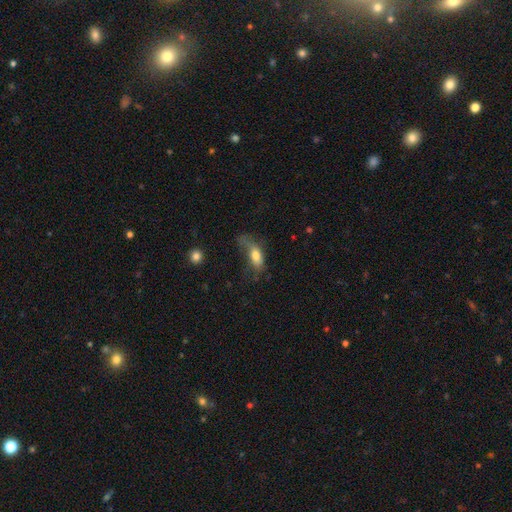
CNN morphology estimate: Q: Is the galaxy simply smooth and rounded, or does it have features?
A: smooth — 70%.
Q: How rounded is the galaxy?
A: in between — 80%.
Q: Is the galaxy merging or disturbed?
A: major disturbance — 41%.